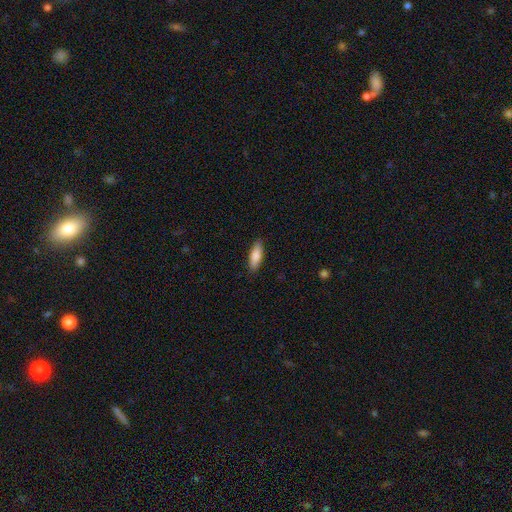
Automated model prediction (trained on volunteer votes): Smooth or featured? smooth (80%)
How rounded? in between (55%)
Merging? none (88%)